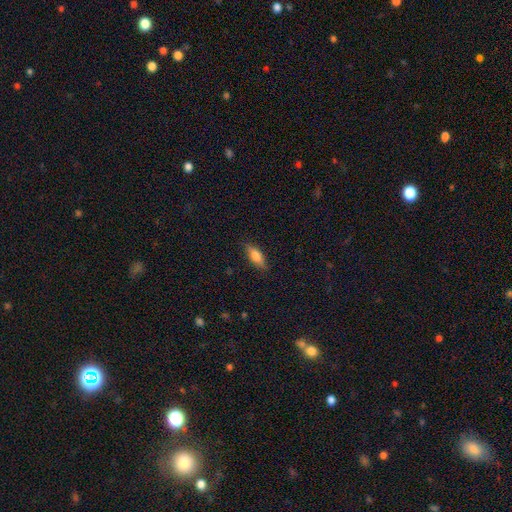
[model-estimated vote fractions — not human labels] This is likely a smooth galaxy (74%). How rounded: likely in between (66%). Merging: clearly none (83%).